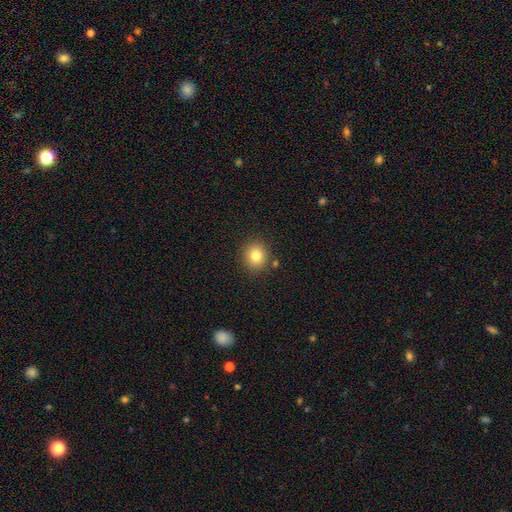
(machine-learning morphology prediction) Smooth or featured: smooth — 81% (star or artifact — 11%)
How rounded: round — 83% (in between — 16%)
Merging: none — 85% (minor disturbance — 8%)